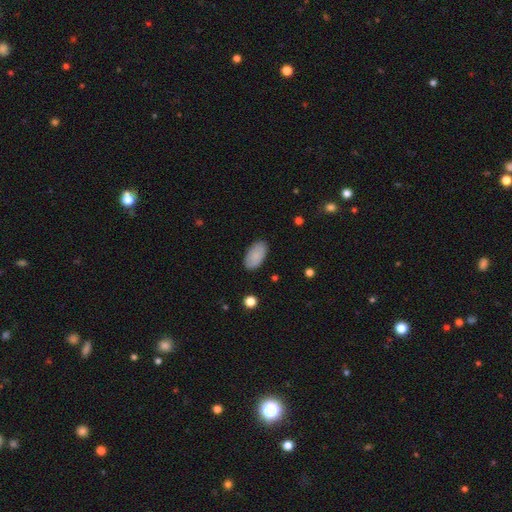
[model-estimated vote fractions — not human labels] Smooth or featured: smooth — 84% (featured or disk — 10%)
How rounded: in between — 95% (round — 3%)
Merging: none — 86% (minor disturbance — 11%)